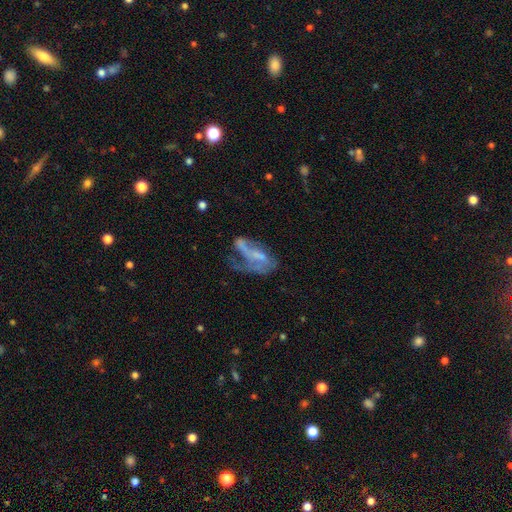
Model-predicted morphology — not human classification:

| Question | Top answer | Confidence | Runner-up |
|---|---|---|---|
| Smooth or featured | featured or disk | 65% | smooth (25%) |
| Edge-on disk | no | 93% | yes (7%) |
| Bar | no | 56% | weak (31%) |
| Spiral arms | yes | 54% | no (46%) |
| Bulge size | none | 44% | small (35%) |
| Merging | major disturbance | 46% | none (24%) |